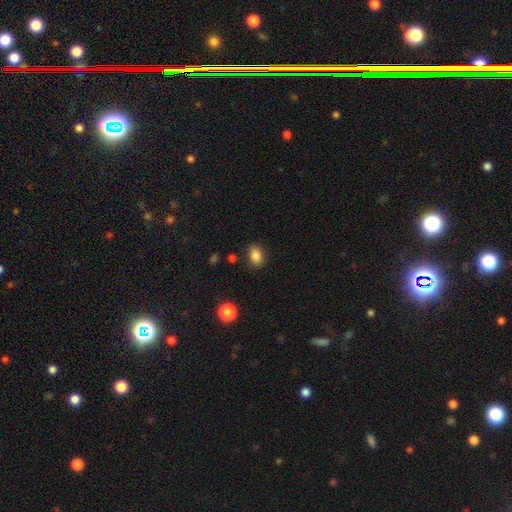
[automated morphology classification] Smooth or featured?
  - smooth: 85% *
  - star or artifact: 10%
  - featured or disk: 5%
How rounded?
  - in between: 76% *
  - round: 23%
  - cigar-shaped: 1%
Merging?
  - none: 84% *
  - minor disturbance: 11%
  - major disturbance: 3%
  - merger: 2%